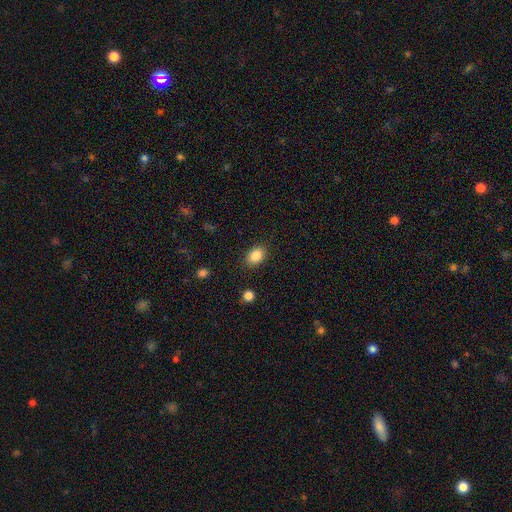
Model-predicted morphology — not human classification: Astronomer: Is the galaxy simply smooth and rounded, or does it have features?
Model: smooth — 85%.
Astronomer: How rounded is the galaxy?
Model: in between — 73%.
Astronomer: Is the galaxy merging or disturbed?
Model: none — 86%.